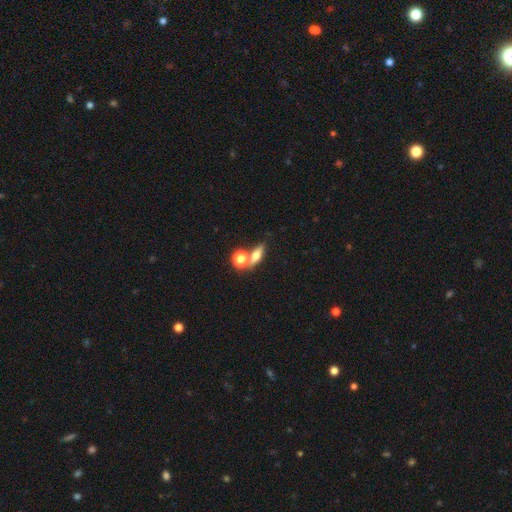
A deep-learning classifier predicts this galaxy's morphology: smooth 59%, featured or disk 28%, star or artifact 13%. Down the decision tree: how rounded — in between (48%); merging — none (57%).